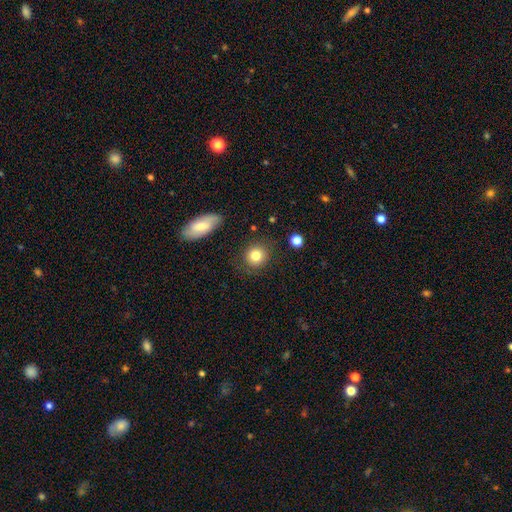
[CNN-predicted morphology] A smooth galaxy with no disk features (83%) that is round (84%).

Vote fractions:
- Smooth or featured? smooth: 83% / star or artifact: 9% / featured or disk: 8%
- How rounded? round: 84% / in between: 14% / cigar-shaped: 1%
- Merging? none: 84% / minor disturbance: 10% / major disturbance: 3% / merger: 3%